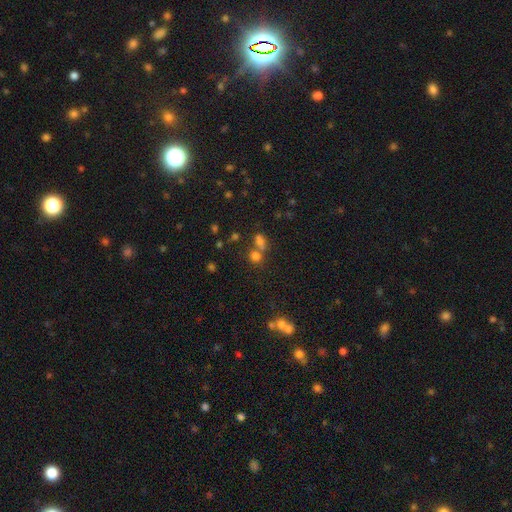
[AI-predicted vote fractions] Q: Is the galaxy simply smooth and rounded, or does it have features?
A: smooth — 68%.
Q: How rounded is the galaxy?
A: round — 70%.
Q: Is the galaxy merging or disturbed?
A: none — 47%.